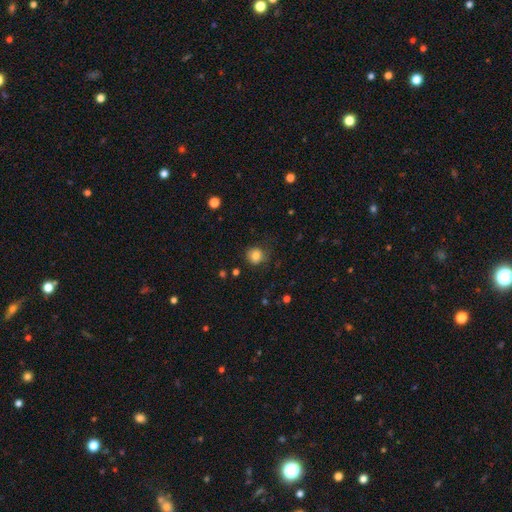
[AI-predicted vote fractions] smooth-or-featured: smooth: 82% | star or artifact: 11% | featured or disk: 8%
  how-rounded: round: 85% | in between: 14% | cigar-shaped: 1%
  merging: none: 76% | minor disturbance: 17% | major disturbance: 6% | merger: 1%